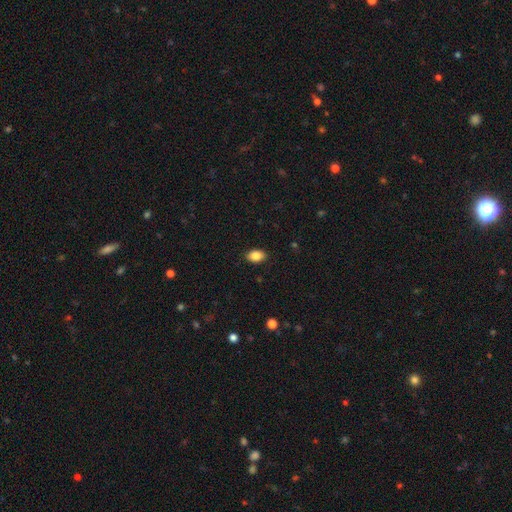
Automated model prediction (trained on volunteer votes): Smooth or featured? Predicted: smooth (p=0.86). How rounded? Predicted: in between (p=0.86). Merging? Predicted: none (p=0.89).